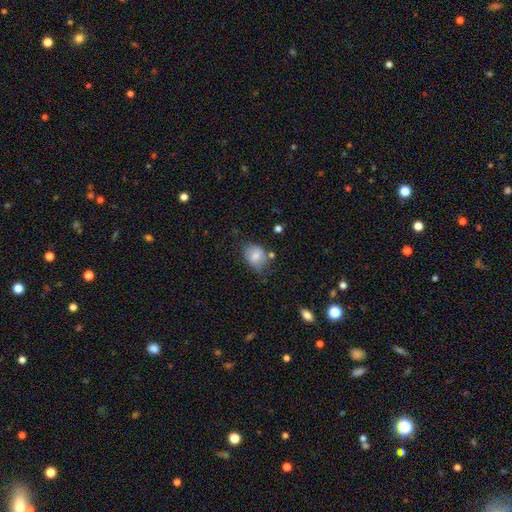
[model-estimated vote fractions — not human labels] The model was most divided on "how rounded": in between: 51%, round: 48%, cigar-shaped: 1%. More confident: smooth or featured — smooth (71%); merging — none (59%).